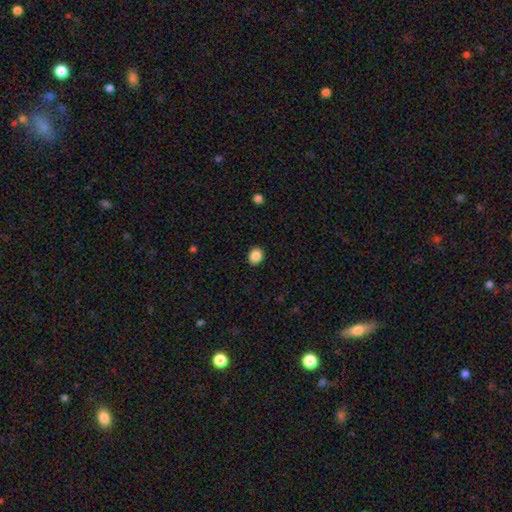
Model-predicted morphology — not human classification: smooth-or-featured: smooth: 87% | star or artifact: 9% | featured or disk: 4%
  how-rounded: round: 52% | in between: 47% | cigar-shaped: 1%
  merging: none: 90% | minor disturbance: 7% | major disturbance: 2% | merger: 1%